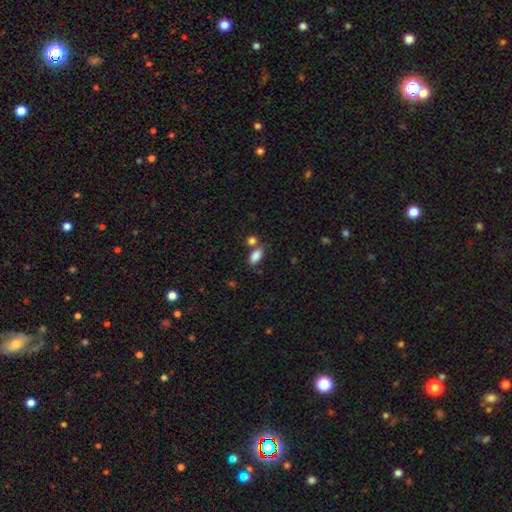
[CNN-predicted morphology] smooth-or-featured: smooth: 85% | star or artifact: 9% | featured or disk: 6%
  how-rounded: in between: 90% | round: 7% | cigar-shaped: 3%
  merging: none: 54% | merger: 26% | minor disturbance: 15% | major disturbance: 5%